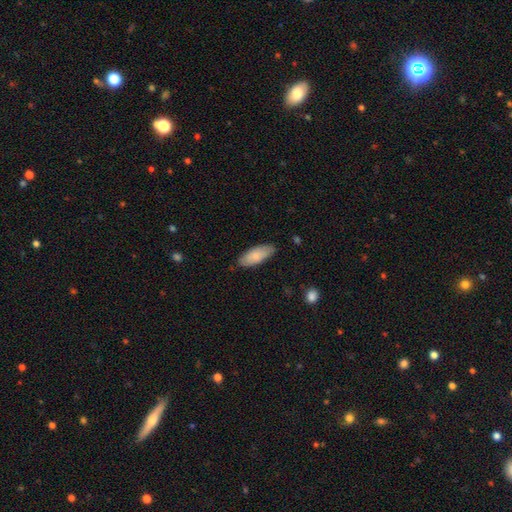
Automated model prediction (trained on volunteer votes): Overall: smooth (84%). How rounded: in between (80%). Merging: none (82%).